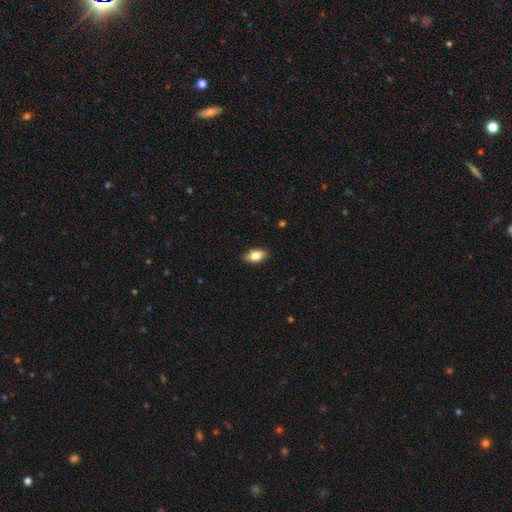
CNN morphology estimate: Smooth or featured? Predicted: smooth (p=0.81). How rounded? Predicted: in between (p=0.89). Merging? Predicted: none (p=0.88).